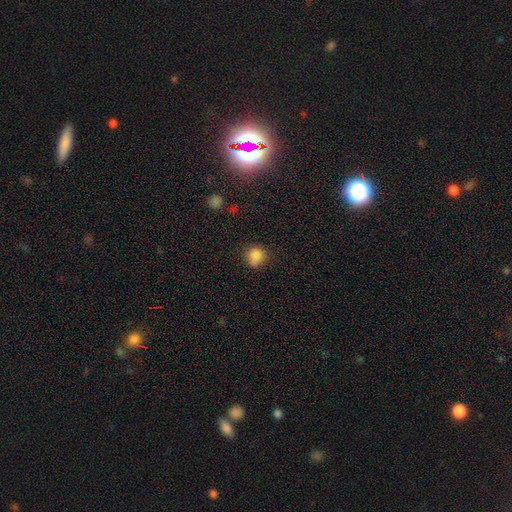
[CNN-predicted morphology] Smooth or featured: smooth — 85% (star or artifact — 11%)
How rounded: round — 80% (in between — 19%)
Merging: none — 67% (minor disturbance — 24%)